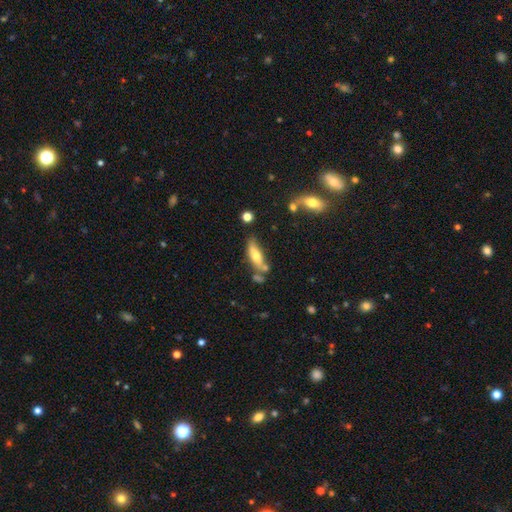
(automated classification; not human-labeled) Smooth or featured? smooth (57%)
How rounded? cigar-shaped (51%)
Merging? none (53%)